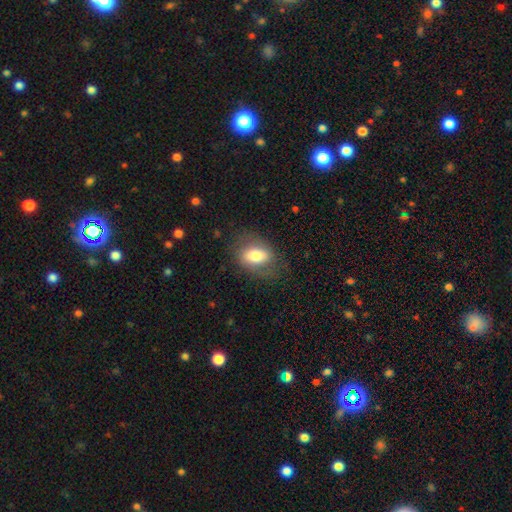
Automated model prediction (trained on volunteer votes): Smooth or featured?
  - smooth: 68% *
  - featured or disk: 24%
  - star or artifact: 7%
How rounded?
  - in between: 80% *
  - round: 18%
  - cigar-shaped: 2%
Merging?
  - none: 70% *
  - minor disturbance: 19%
  - major disturbance: 10%
  - merger: 1%